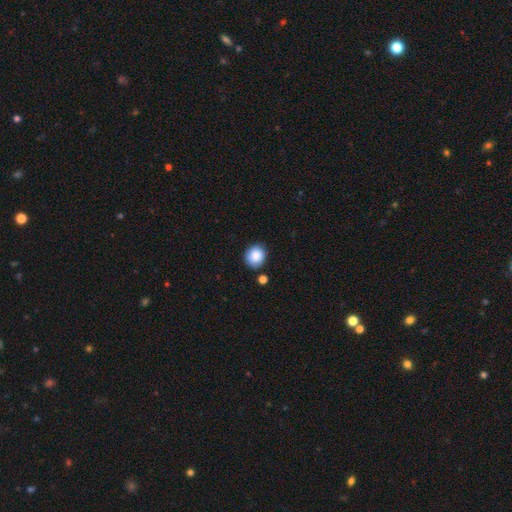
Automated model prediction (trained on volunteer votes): This appears to be a smooth galaxy with no disk features (87%) that is round (84%). Merging: none (81%).